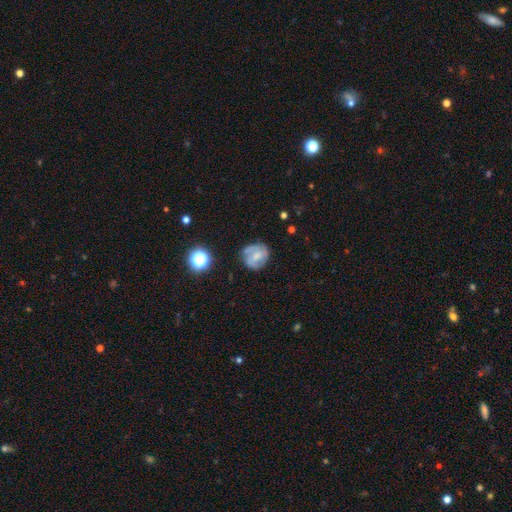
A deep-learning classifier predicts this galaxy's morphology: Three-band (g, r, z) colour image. It shows a featured or disk galaxy (49%). Merging: none (64%).